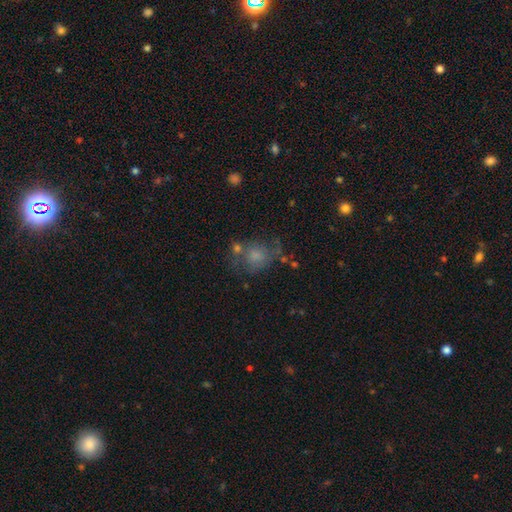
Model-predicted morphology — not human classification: smooth-or-featured: smooth: 57% | featured or disk: 28% | star or artifact: 15%
  how-rounded: round: 68% | in between: 31% | cigar-shaped: 1%
  merging: none: 49% | minor disturbance: 22% | major disturbance: 17% | merger: 13%